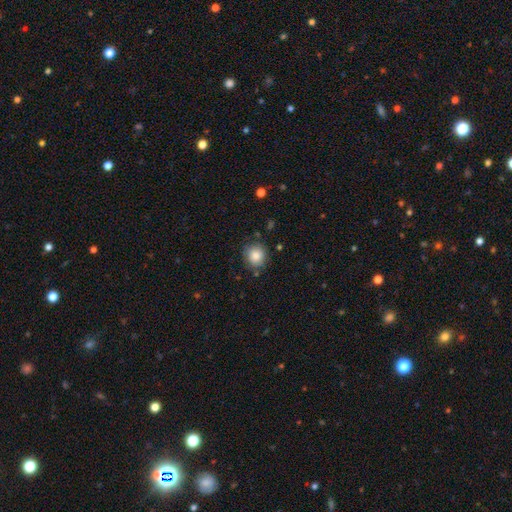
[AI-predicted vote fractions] Morphology: type=smooth (85%); roundness=round (84%); merging=none (81%).